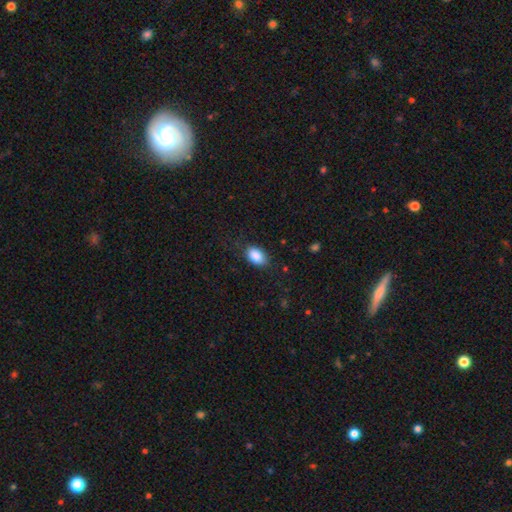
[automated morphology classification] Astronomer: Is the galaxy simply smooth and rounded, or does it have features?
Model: smooth — 88%.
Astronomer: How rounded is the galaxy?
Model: in between — 88%.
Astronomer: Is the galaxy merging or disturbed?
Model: none — 76%.